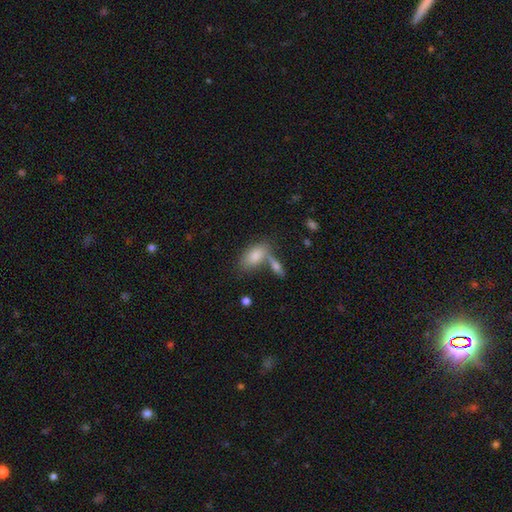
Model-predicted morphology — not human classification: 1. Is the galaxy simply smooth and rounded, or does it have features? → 80% smooth, 13% featured or disk, 7% star or artifact.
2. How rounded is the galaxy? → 89% in between, 7% cigar-shaped, 4% round.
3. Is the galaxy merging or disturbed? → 48% none, 33% merger, 14% minor disturbance, 5% major disturbance.